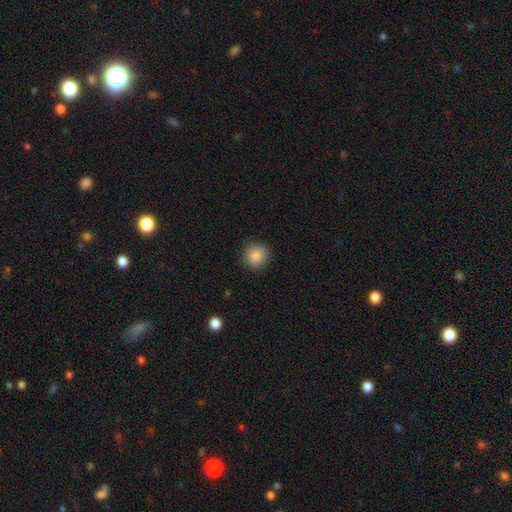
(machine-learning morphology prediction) Overall: smooth (88%). How rounded: round (91%). Merging: none (89%).